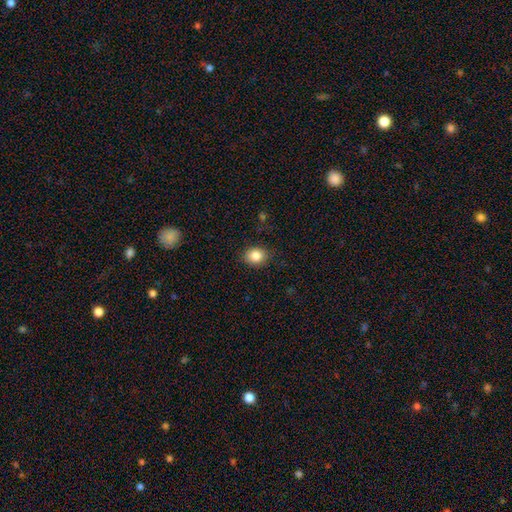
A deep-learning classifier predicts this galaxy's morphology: Smooth or featured? Predicted: smooth (p=0.85). How rounded? Predicted: round (p=0.55). Merging? Predicted: none (p=0.86).